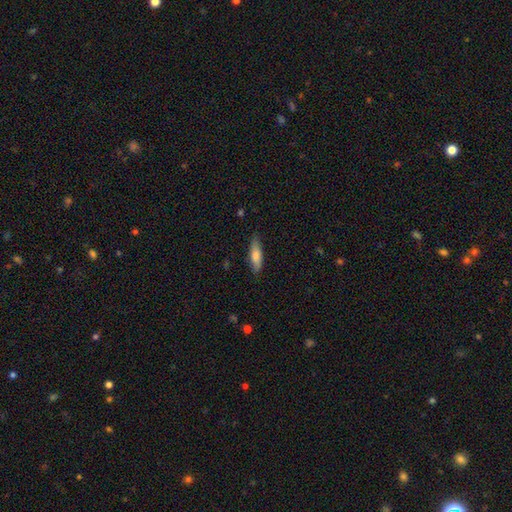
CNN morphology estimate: type=smooth (73%); roundness=cigar-shaped (62%); merging=none (83%).